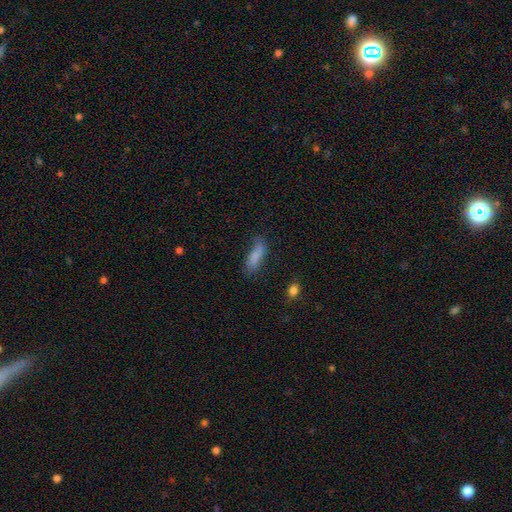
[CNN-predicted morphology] This appears to be a smooth galaxy with no disk features (82%) that is in between round and cigar-shaped (50%). Merging: none (61%).